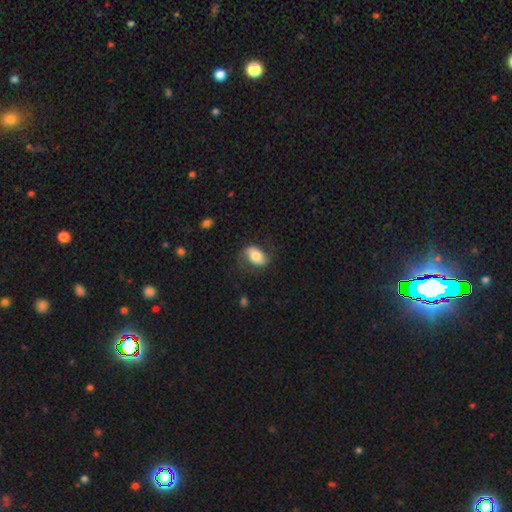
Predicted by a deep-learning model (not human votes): Overall: smooth (64%; featured or disk 29%). How rounded: in between (88%). Merging: none (65%).